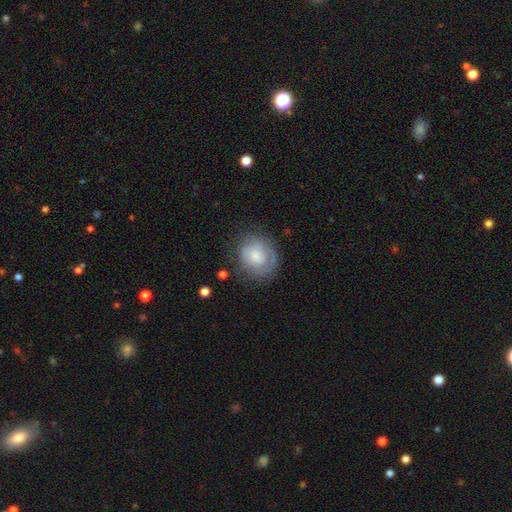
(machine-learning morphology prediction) Overall: smooth (56%; featured or disk 36%). How rounded: round (68%; in between 32%). Merging: none (64%).